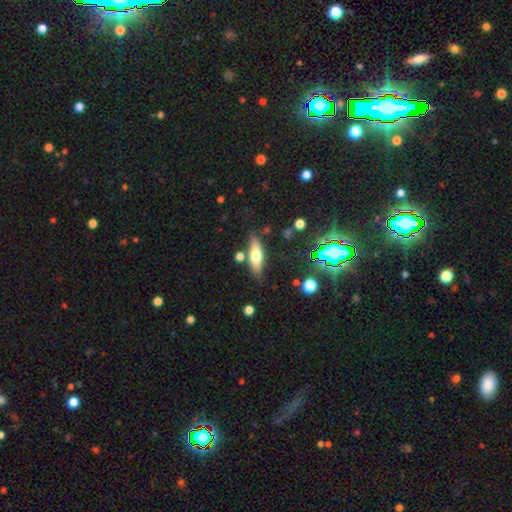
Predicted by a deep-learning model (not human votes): Smooth or featured: smooth — 52% (featured or disk — 38%)
How rounded: cigar-shaped — 55% (in between — 42%)
Merging: none — 73% (minor disturbance — 15%)